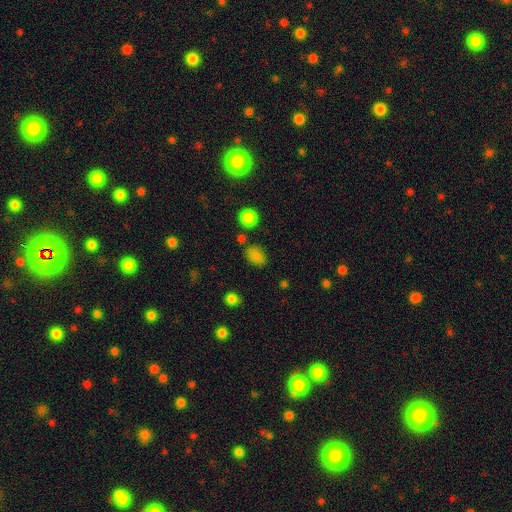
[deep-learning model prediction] smooth 83%, star or artifact 13%, featured or disk 5%. Down the decision tree: how rounded — in between (76%); merging — none (75%).